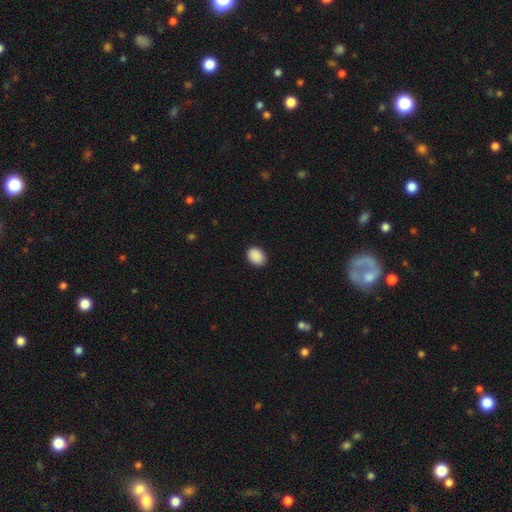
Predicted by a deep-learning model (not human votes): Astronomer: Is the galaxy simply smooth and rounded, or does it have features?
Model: smooth — 91%.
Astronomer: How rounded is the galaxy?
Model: in between — 72%.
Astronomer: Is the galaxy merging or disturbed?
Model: none — 89%.